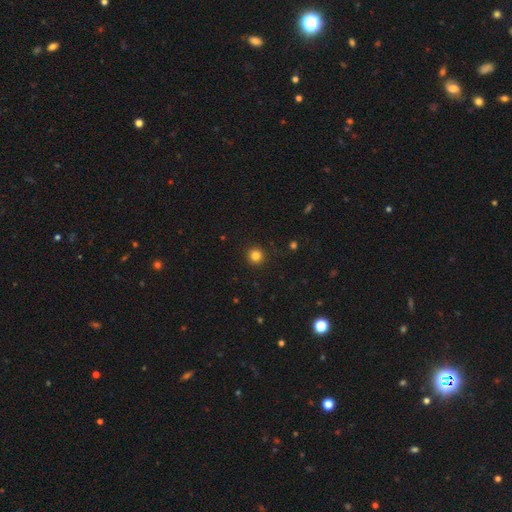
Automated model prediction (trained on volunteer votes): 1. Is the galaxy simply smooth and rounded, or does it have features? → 83% smooth, 12% star or artifact, 4% featured or disk.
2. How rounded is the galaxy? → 95% round, 4% in between, 1% cigar-shaped.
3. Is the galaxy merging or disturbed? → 92% none, 5% minor disturbance, 2% major disturbance, 1% merger.